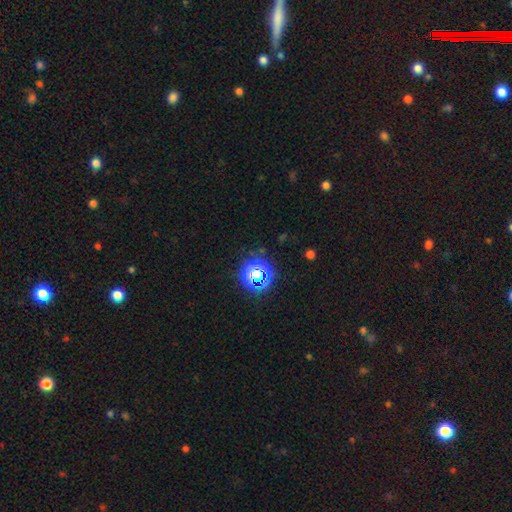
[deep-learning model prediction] star or artifact 62%, smooth 30%, featured or disk 7%.